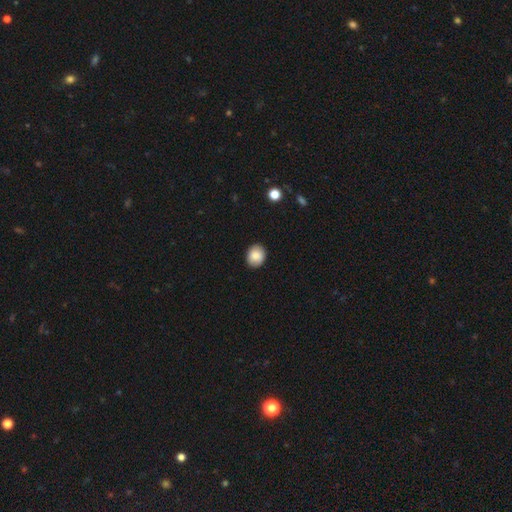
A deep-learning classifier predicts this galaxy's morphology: The model was most divided on "how rounded": round: 57%, in between: 42%, cigar-shaped: 1%. More confident: merging — none (90%); smooth or featured — smooth (86%).